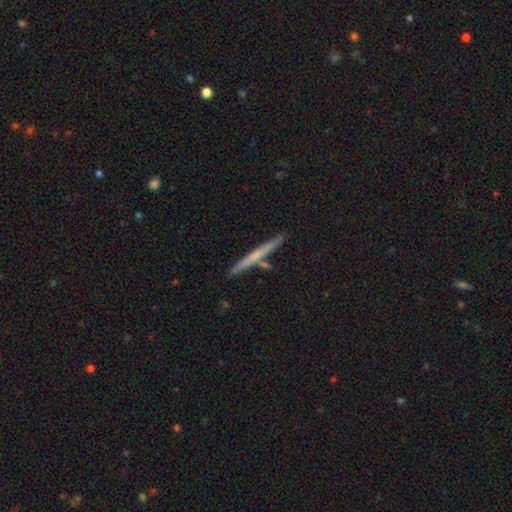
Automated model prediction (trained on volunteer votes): Smooth or featured? smooth (47%, tied with featured or disk)
Merging? none (85%)